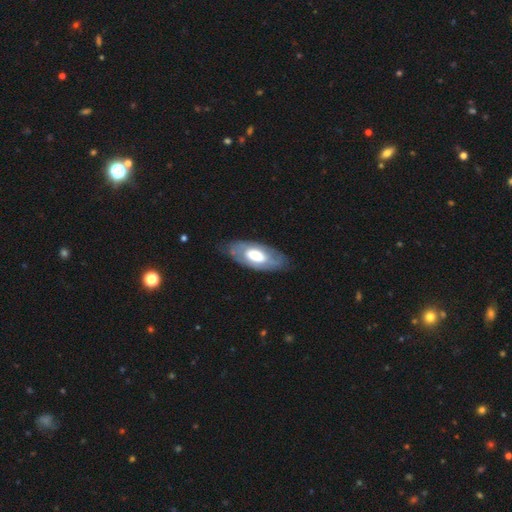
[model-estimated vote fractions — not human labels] The model was most divided on "smooth or featured": featured or disk: 50%, smooth: 44%, star or artifact: 5%. More confident: edge-on disk — no (83%); merging — none (74%).